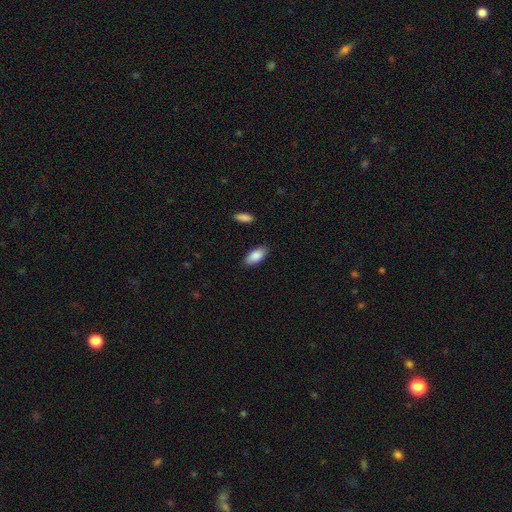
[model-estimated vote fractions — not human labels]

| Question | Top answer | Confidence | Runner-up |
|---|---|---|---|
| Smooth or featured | smooth | 88% | star or artifact (6%) |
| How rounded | in between | 92% | cigar-shaped (6%) |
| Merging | none | 85% | minor disturbance (11%) |